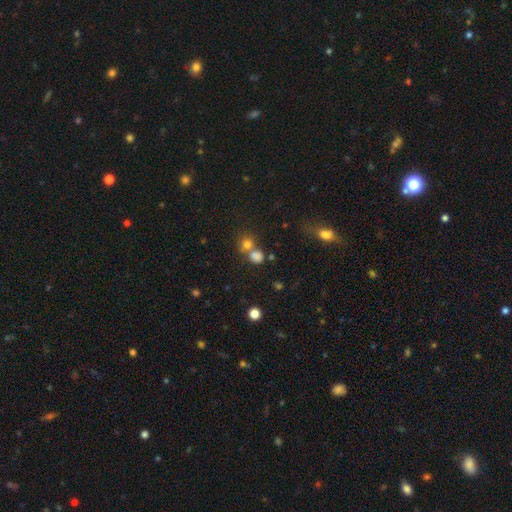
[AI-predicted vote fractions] Smooth or featured?
  - smooth: 77% *
  - star or artifact: 16%
  - featured or disk: 8%
How rounded?
  - round: 77% *
  - in between: 21%
  - cigar-shaped: 1%
Merging?
  - none: 49% *
  - merger: 39%
  - minor disturbance: 8%
  - major disturbance: 4%